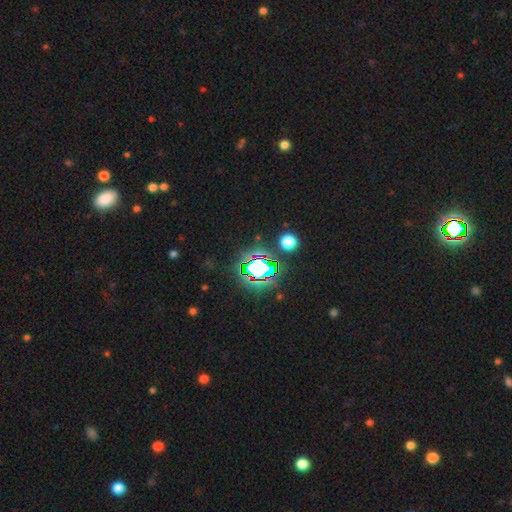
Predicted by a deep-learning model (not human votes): Q: Smooth or featured?
A: star or artifact (79%); runner-up: smooth (13%)